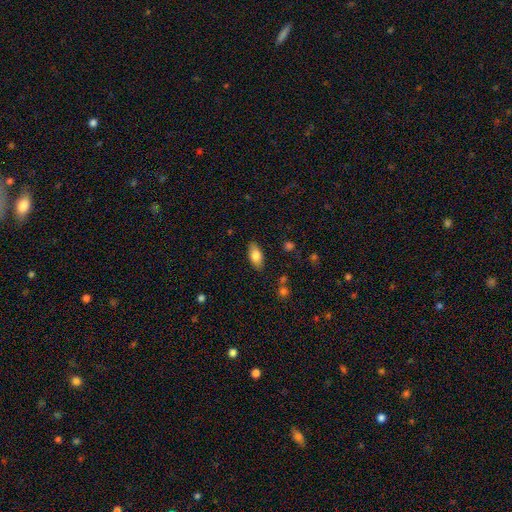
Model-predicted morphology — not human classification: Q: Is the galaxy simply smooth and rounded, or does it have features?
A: smooth — 80%.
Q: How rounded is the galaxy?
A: in between — 89%.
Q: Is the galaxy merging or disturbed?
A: none — 85%.